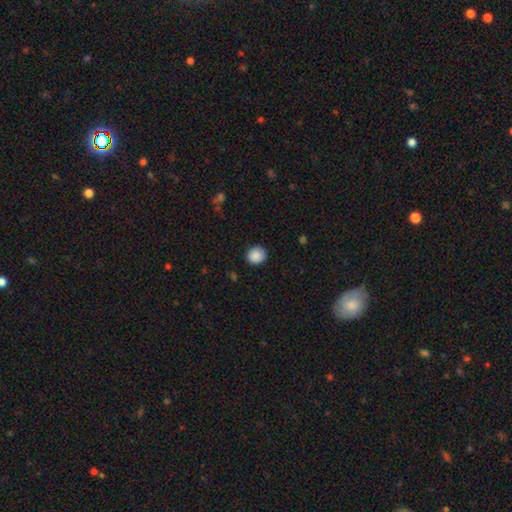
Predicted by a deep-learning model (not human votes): Morphology: type=smooth (89%); roundness=round (90%); merging=none (89%).